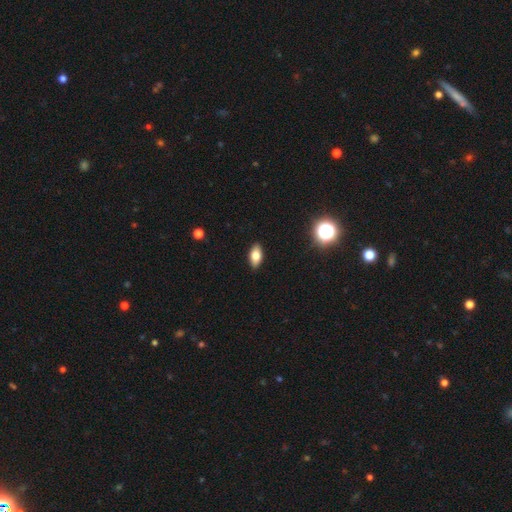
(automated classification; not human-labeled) A smooth galaxy with no disk features (77%) that is in between round and cigar-shaped (89%). Merging: none (90%).